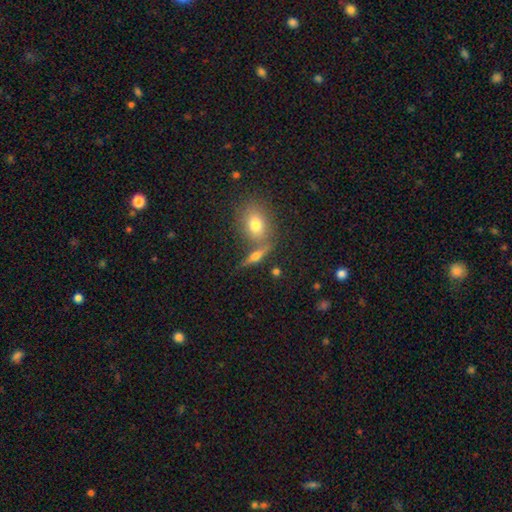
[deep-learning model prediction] This appears to be a featured or disk galaxy (47%). Merging: none (64%).